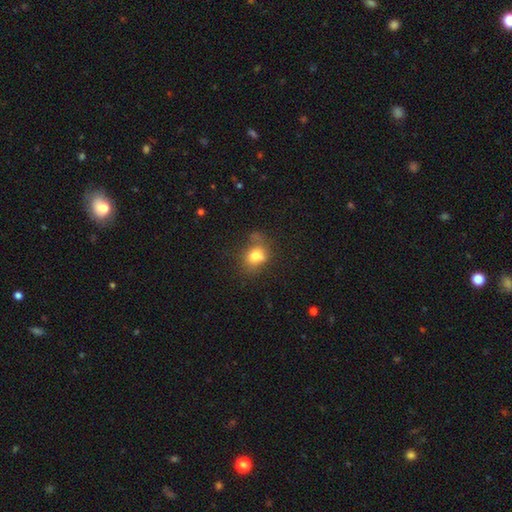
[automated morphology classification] Smooth or featured? smooth (74%)
How rounded? round (50%)
Merging? none (47%)